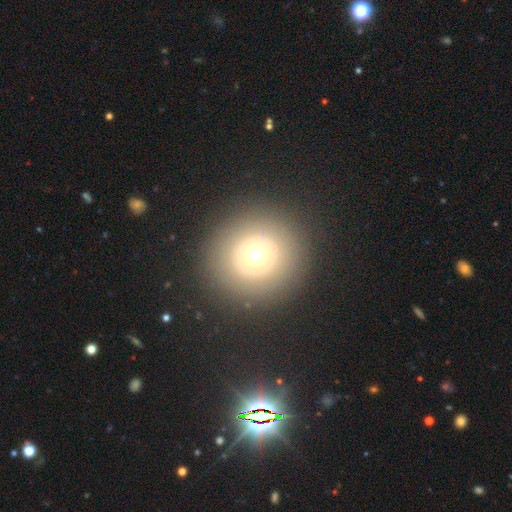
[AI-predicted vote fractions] Smooth or featured: smooth — 54% (featured or disk — 35%)
How rounded: round — 94% (in between — 5%)
Merging: none — 86% (minor disturbance — 7%)